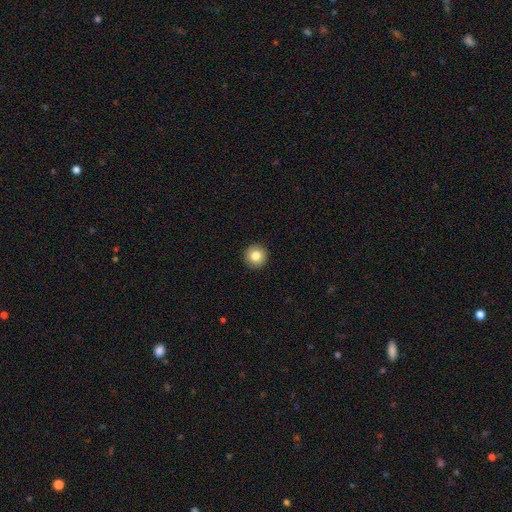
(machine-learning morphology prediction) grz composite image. It shows a smooth galaxy with no disk features (82%) that is round (96%). Merging: none (93%).